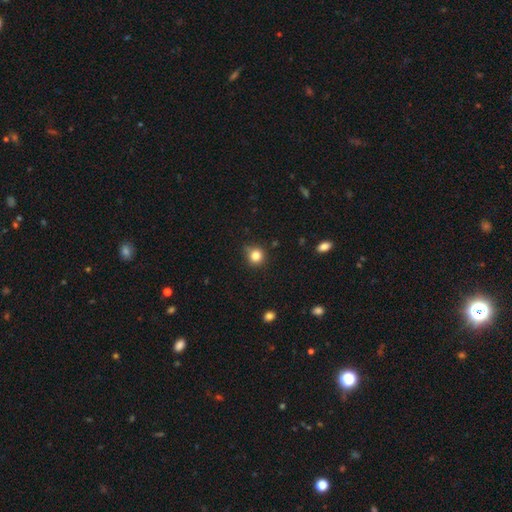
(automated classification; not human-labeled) A smooth galaxy with no disk features (82%) that is round (89%).

Vote fractions:
- Smooth or featured? smooth: 82% / star or artifact: 12% / featured or disk: 6%
- How rounded? round: 89% / in between: 10% / cigar-shaped: 1%
- Merging? none: 81% / minor disturbance: 14% / major disturbance: 3% / merger: 2%